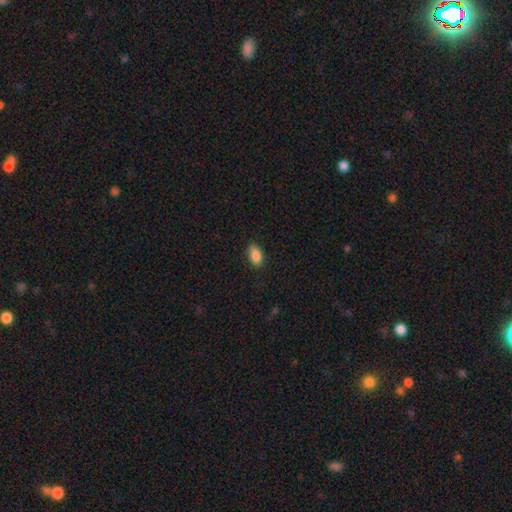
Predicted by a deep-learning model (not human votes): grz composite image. It shows a smooth galaxy with no disk features (87%) that is in between round and cigar-shaped (90%). Merging: none (76%).